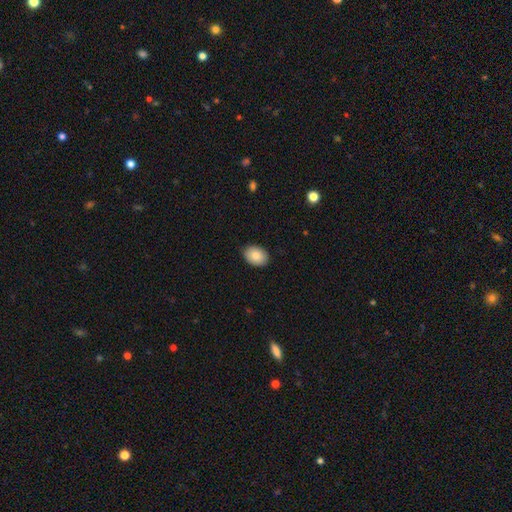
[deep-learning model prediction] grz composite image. It shows a smooth galaxy with no disk features (85%) that is in between round and cigar-shaped (75%). Merging: none (89%).